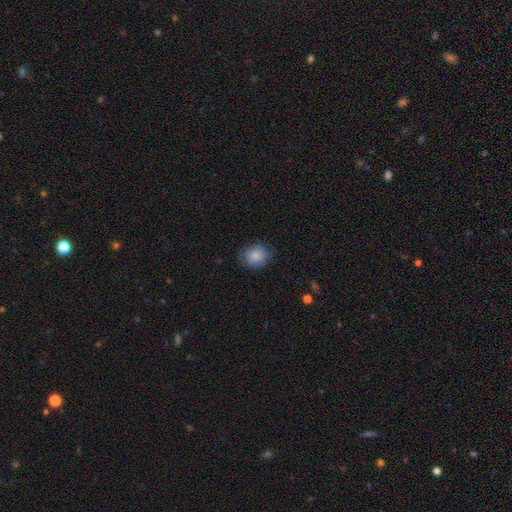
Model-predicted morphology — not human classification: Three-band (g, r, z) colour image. It shows a smooth galaxy with no disk features (86%) that is round (76%). Merging: none (77%).